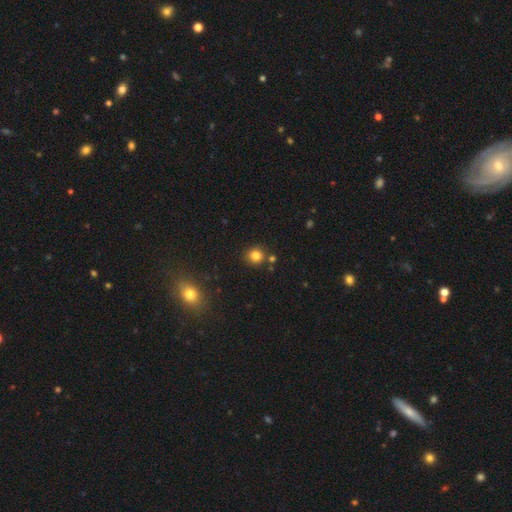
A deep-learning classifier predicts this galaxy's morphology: type=smooth (81%); roundness=round (91%); merging=none (82%).